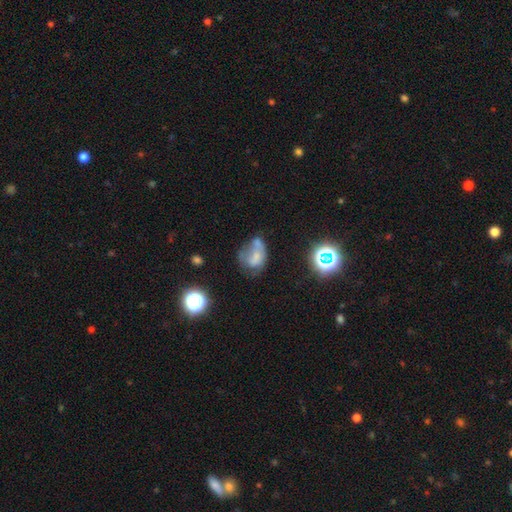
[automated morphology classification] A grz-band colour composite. It shows a smooth galaxy with no disk features (47%). Merging: major disturbance (30%).